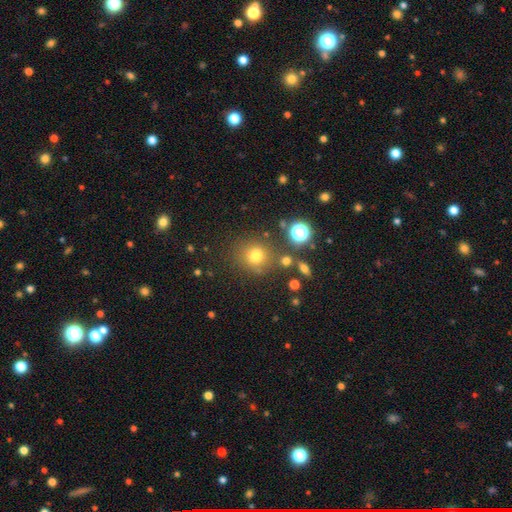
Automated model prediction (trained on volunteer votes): smooth_or_featured: smooth (p=0.72) [alt: star or artifact p=0.19]
how_rounded: round (p=0.88) [alt: in between p=0.11]
merging: none (p=0.76) [alt: minor disturbance p=0.11]